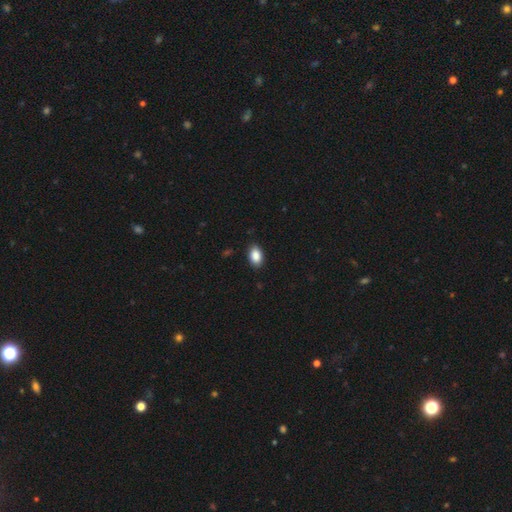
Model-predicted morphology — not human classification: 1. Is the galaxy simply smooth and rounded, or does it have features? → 88% smooth, 8% star or artifact, 4% featured or disk.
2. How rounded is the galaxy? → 89% in between, 10% round, 1% cigar-shaped.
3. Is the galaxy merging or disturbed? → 85% none, 12% minor disturbance, 2% major disturbance, 1% merger.